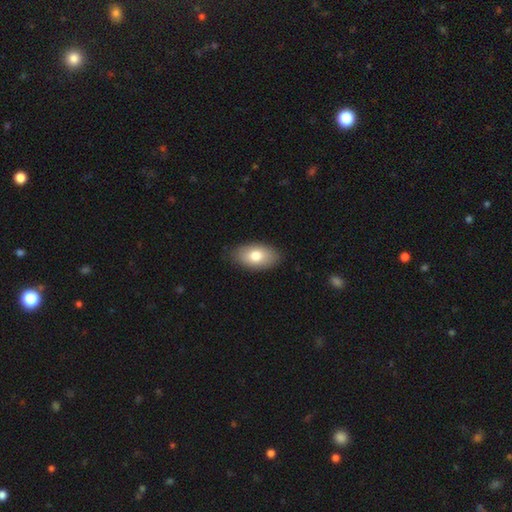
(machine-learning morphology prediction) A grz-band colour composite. It shows a smooth galaxy with no disk features (77%) that is in between round and cigar-shaped (93%). Merging: none (86%).